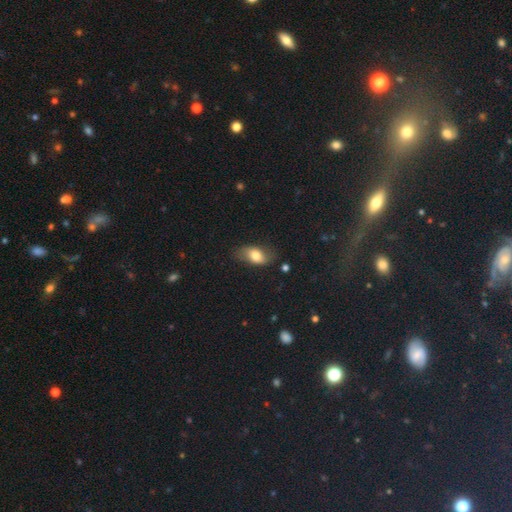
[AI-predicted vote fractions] This appears to be a smooth galaxy with no disk features (70%) that is in between round and cigar-shaped (87%). Merging: none (69%).